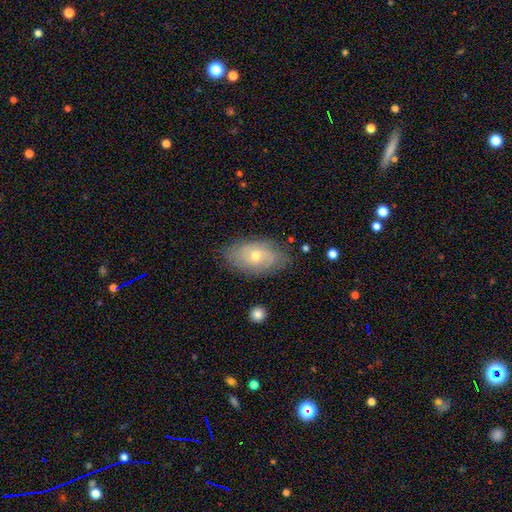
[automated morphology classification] featured or disk 55%, smooth 37%, star or artifact 8%. Down the decision tree: edge-on disk — no (92%); bar — no (80%); spiral arms — yes (72%); bulge size — moderate (49%); merging — none (78%).